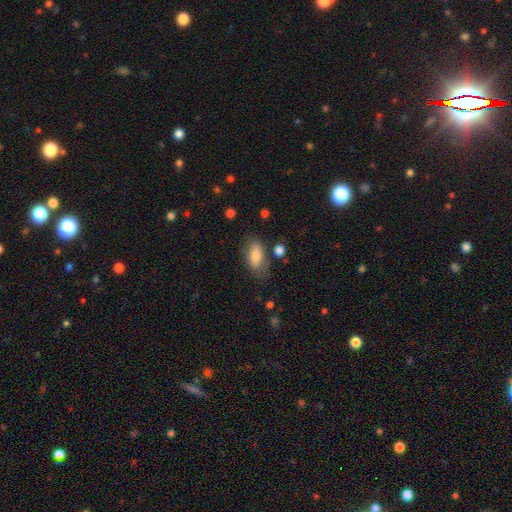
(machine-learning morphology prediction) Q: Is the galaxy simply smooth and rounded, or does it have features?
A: smooth — 77%.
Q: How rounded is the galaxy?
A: in between — 90%.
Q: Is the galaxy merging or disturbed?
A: none — 68%.